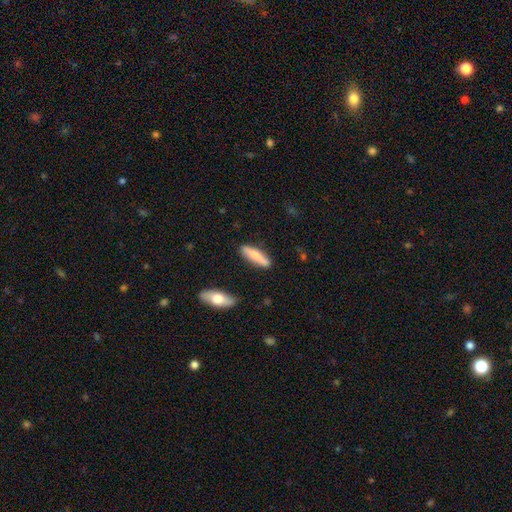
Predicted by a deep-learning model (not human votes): Smooth or featured?
  - smooth: 77% *
  - featured or disk: 18%
  - star or artifact: 5%
How rounded?
  - cigar-shaped: 72% *
  - in between: 27%
  - round: 2%
Merging?
  - none: 86% *
  - minor disturbance: 10%
  - merger: 3%
  - major disturbance: 2%